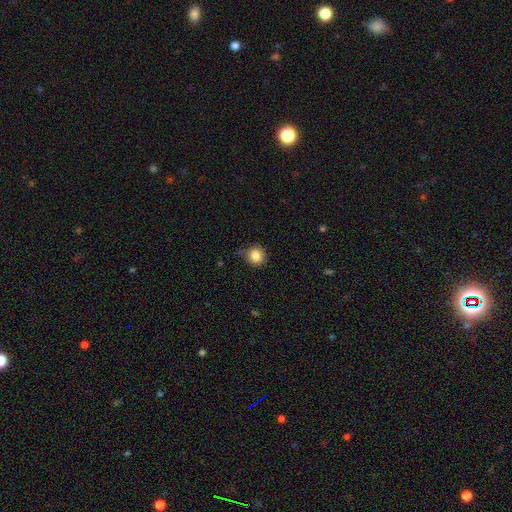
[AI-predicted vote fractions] This is clearly a smooth galaxy (85%). How rounded: clearly round (81%). Merging: likely none (74%).